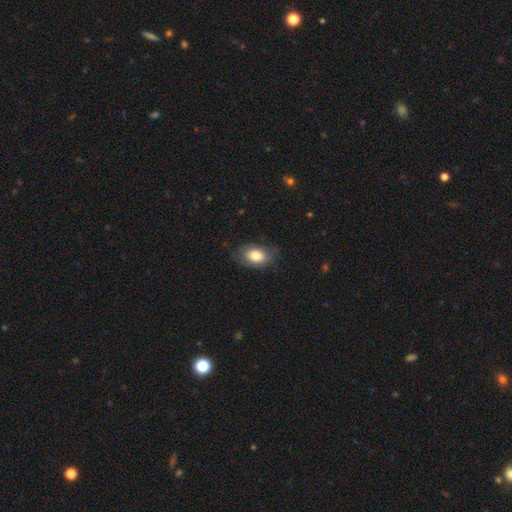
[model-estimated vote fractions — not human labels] Overall: smooth (79%). How rounded: in between (87%). Merging: none (73%).